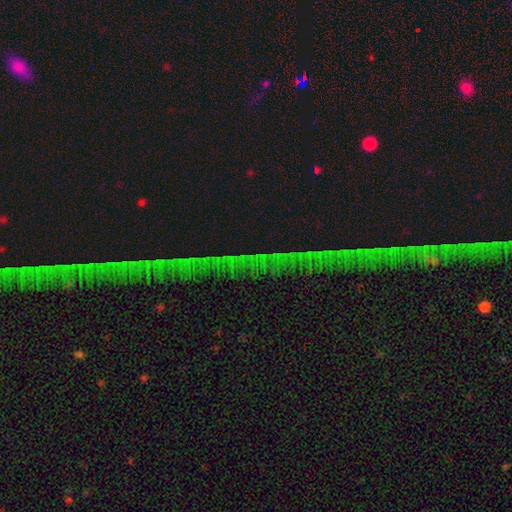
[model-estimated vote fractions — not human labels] Smooth or featured? Predicted: star or artifact (p=0.77).